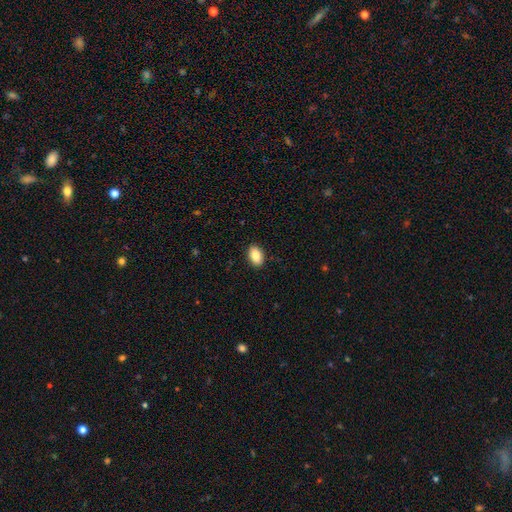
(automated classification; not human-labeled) Smooth or featured?
  - smooth: 87% *
  - star or artifact: 7%
  - featured or disk: 6%
How rounded?
  - in between: 91% *
  - round: 8%
  - cigar-shaped: 1%
Merging?
  - none: 90% *
  - minor disturbance: 7%
  - major disturbance: 2%
  - merger: 1%